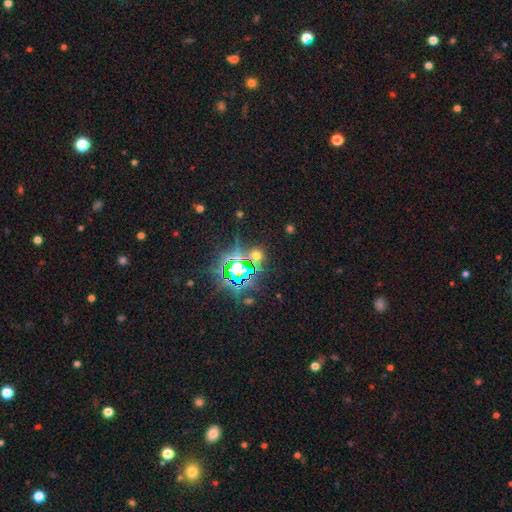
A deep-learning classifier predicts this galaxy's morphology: A star or artifact, not a galaxy (62%).

Vote fractions:
- Smooth or featured? star or artifact: 62% / smooth: 31% / featured or disk: 8%